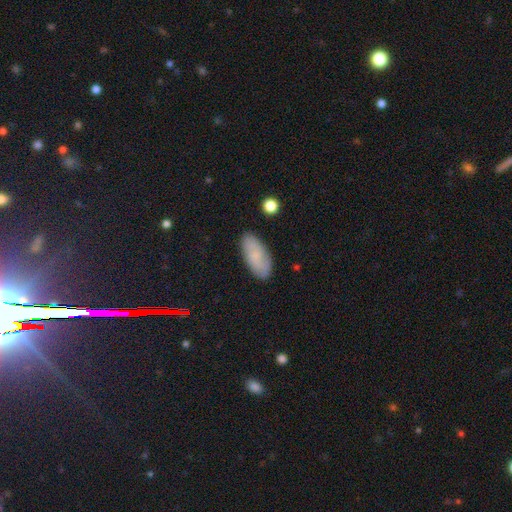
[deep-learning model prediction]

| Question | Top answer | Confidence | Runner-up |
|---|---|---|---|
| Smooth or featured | smooth | 67% | featured or disk (24%) |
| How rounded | in between | 87% | cigar-shaped (11%) |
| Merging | none | 83% | minor disturbance (13%) |